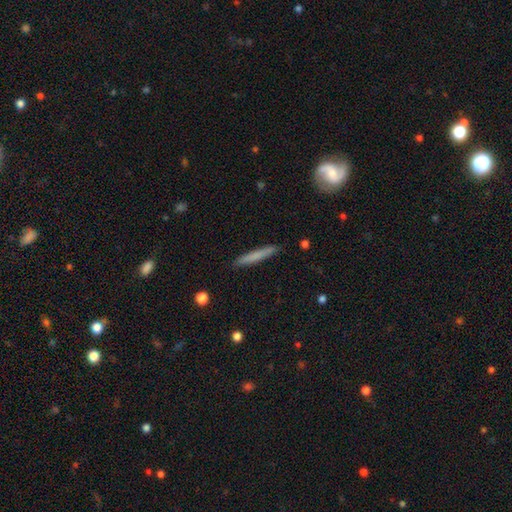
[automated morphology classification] Smooth or featured? Predicted: smooth (p=0.71). How rounded? Predicted: cigar-shaped (p=0.96). Merging? Predicted: none (p=0.90).